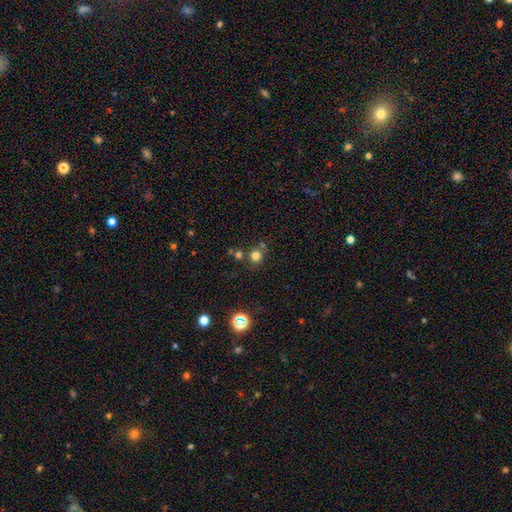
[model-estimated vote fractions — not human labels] This appears to be a smooth galaxy with no disk features (76%) that is round (89%). Merging: none (70%).